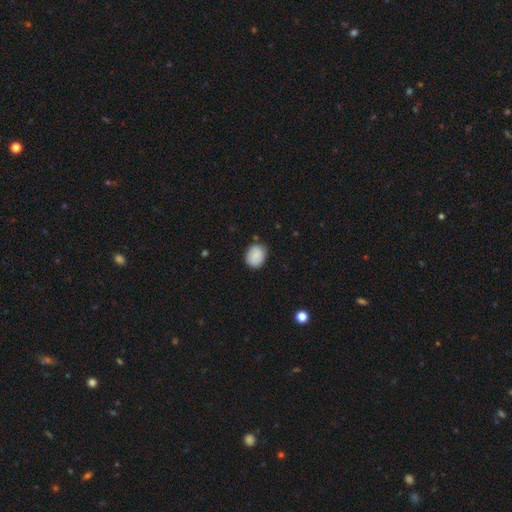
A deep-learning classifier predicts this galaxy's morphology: This appears to be a smooth galaxy with no disk features (81%) that is round (55%). Merging: none (80%).